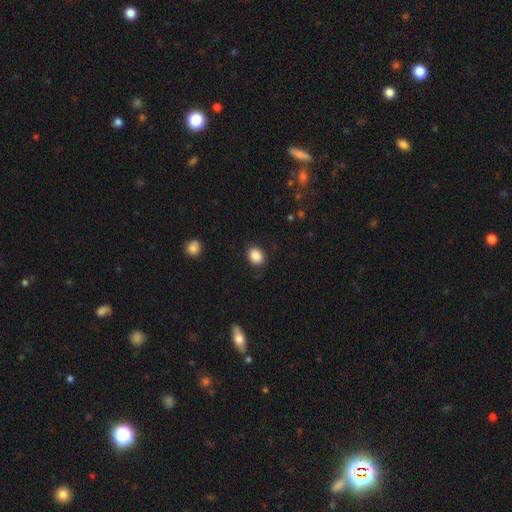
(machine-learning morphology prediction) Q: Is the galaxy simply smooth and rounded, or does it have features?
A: smooth — 88%.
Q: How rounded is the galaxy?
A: round — 57%.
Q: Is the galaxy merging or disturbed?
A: none — 85%.